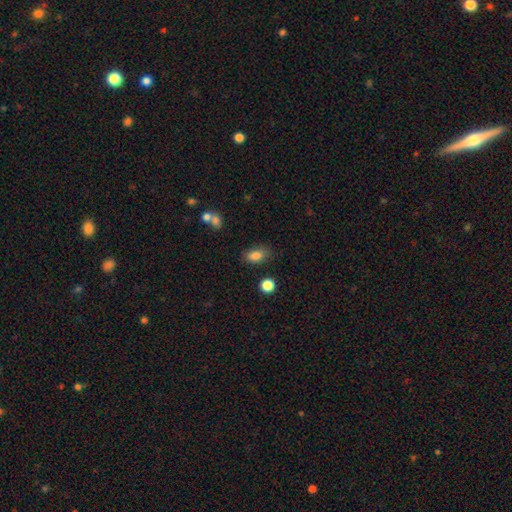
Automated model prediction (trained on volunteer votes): The model was most divided on "merging": none: 78%, minor disturbance: 15%, major disturbance: 4%, merger: 3%. More confident: how rounded — in between (87%); smooth or featured — smooth (84%).